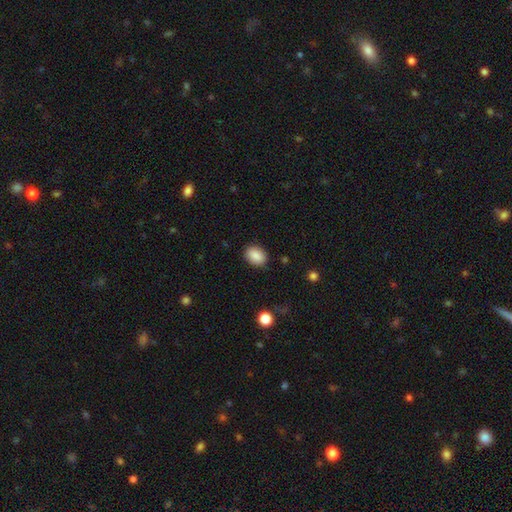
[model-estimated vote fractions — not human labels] A smooth galaxy with no disk features (88%) that is in between round and cigar-shaped (73%).

Vote fractions:
- Smooth or featured? smooth: 88% / star or artifact: 8% / featured or disk: 4%
- How rounded? in between: 73% / round: 26% / cigar-shaped: 1%
- Merging? none: 87% / minor disturbance: 10% / major disturbance: 2% / merger: 1%